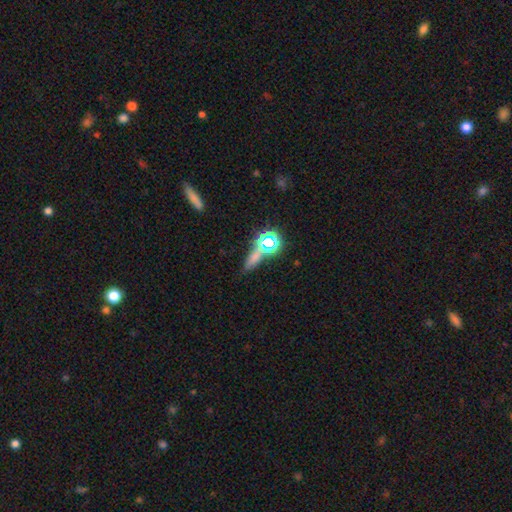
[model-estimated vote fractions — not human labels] Smooth or featured? Predicted: smooth (p=0.52). How rounded? Predicted: cigar-shaped (p=0.46). Merging? Predicted: none (p=0.66).